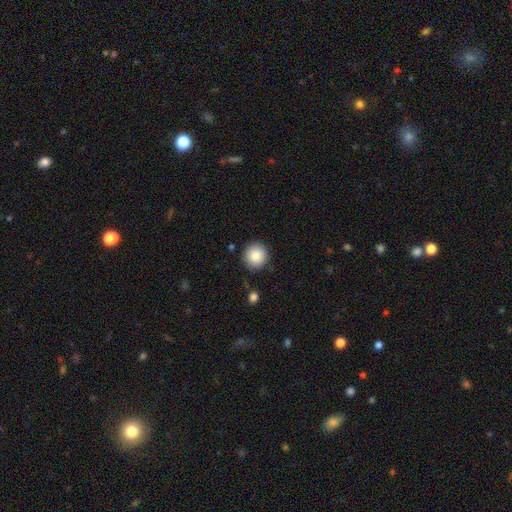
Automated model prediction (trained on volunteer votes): Smooth or featured: smooth — 86% (star or artifact — 8%)
How rounded: round — 94% (in between — 5%)
Merging: none — 88% (minor disturbance — 8%)